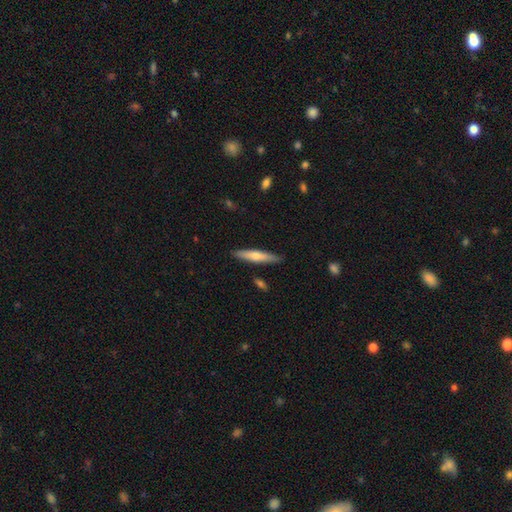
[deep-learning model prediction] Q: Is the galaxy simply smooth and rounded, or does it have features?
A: smooth — 58%.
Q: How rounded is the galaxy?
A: cigar-shaped — 89%.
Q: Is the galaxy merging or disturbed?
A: none — 87%.